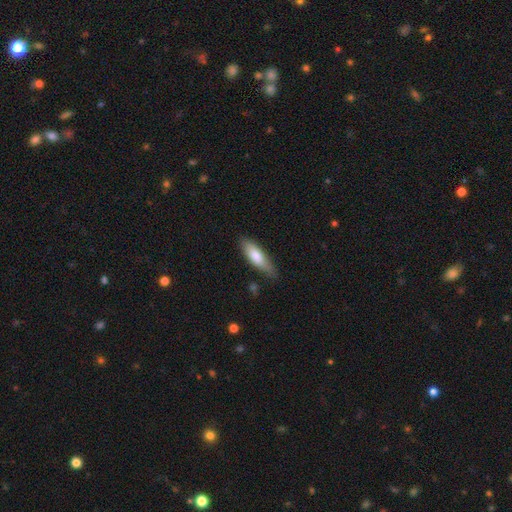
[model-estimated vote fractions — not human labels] smooth 75%, featured or disk 19%, star or artifact 6%. Down the decision tree: how rounded — cigar-shaped (53%); merging — none (75%).